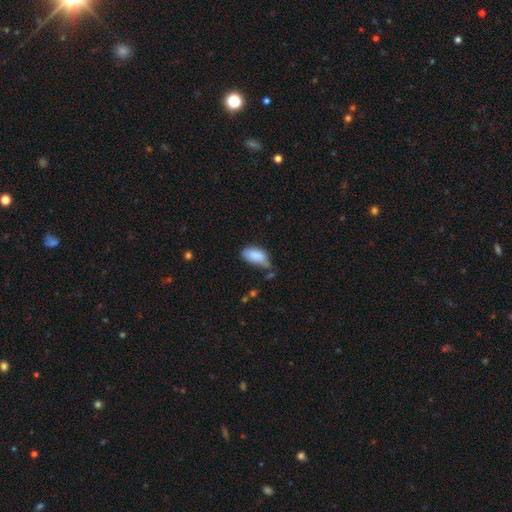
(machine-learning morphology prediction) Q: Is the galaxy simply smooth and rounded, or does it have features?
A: smooth — 84%.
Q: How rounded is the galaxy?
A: in between — 93%.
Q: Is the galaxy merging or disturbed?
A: minor disturbance — 40%.